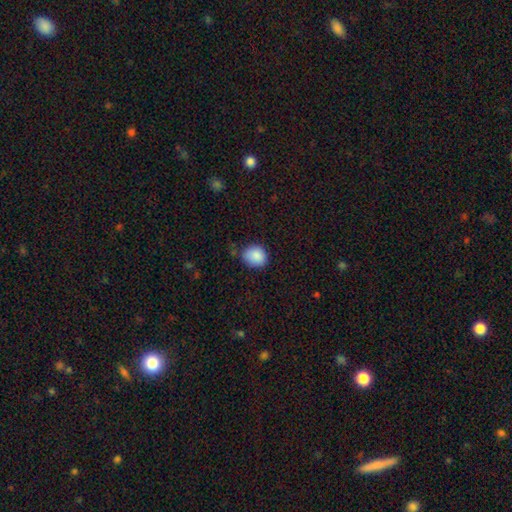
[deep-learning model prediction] Smooth or featured? Predicted: smooth (p=0.88). How rounded? Predicted: round (p=0.68). Merging? Predicted: none (p=0.76).